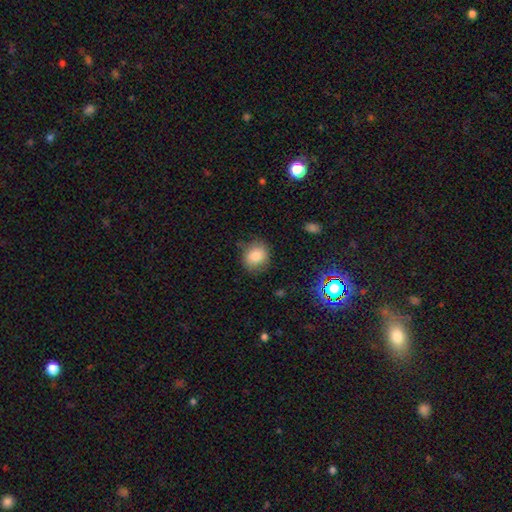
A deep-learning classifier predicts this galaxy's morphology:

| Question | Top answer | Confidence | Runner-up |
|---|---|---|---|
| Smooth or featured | smooth | 82% | star or artifact (10%) |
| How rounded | round | 68% | in between (31%) |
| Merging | none | 79% | minor disturbance (16%) |